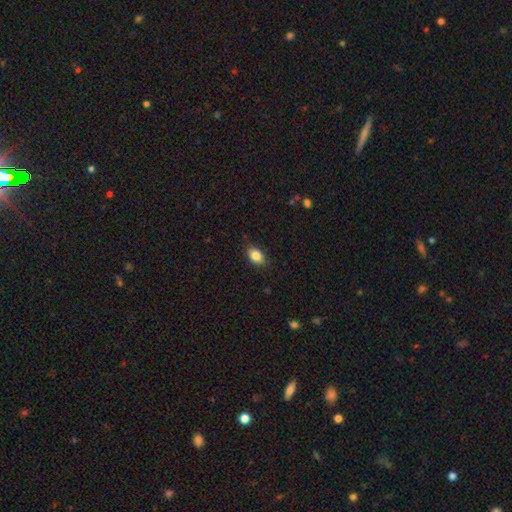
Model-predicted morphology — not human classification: This appears to be a smooth galaxy with no disk features (85%) that is in between round and cigar-shaped (86%). Merging: none (86%).